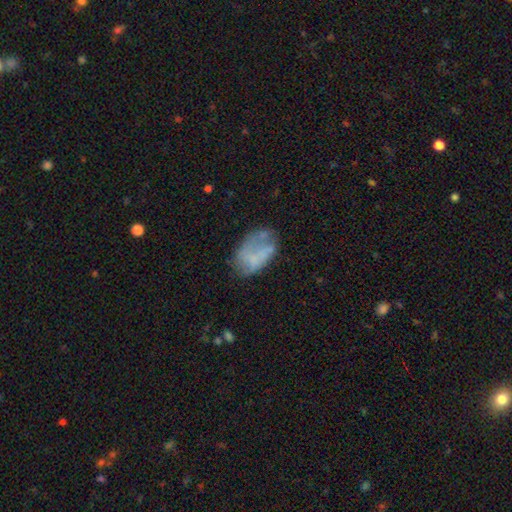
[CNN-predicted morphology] A smooth galaxy with no disk features (49%).

Vote fractions:
- Smooth or featured? smooth: 49% / featured or disk: 41% / star or artifact: 10%
- Merging? none: 39% / minor disturbance: 28% / major disturbance: 26% / merger: 7%